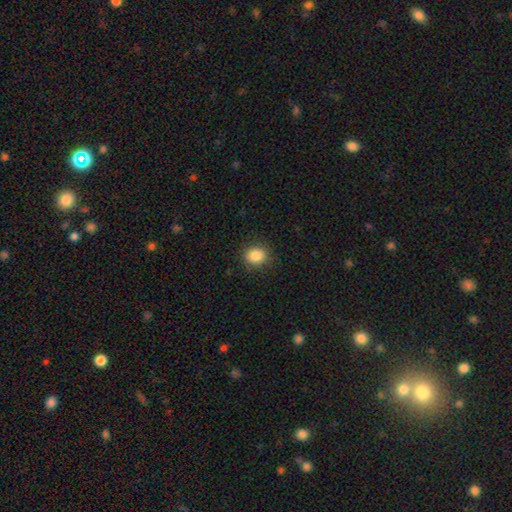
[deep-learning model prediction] A smooth galaxy with no disk features (86%) that is round (70%).

Vote fractions:
- Smooth or featured? smooth: 86% / star or artifact: 10% / featured or disk: 4%
- How rounded? round: 70% / in between: 29% / cigar-shaped: 1%
- Merging? none: 87% / minor disturbance: 9% / major disturbance: 3% / merger: 1%